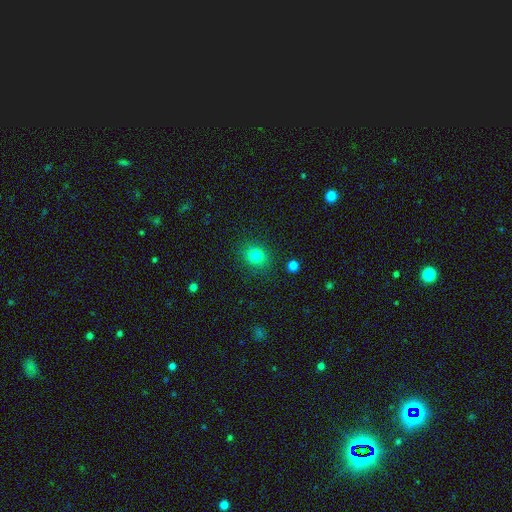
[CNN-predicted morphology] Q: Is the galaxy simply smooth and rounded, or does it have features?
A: smooth — 80%.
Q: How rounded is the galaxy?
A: round — 79%.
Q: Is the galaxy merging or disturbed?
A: none — 87%.